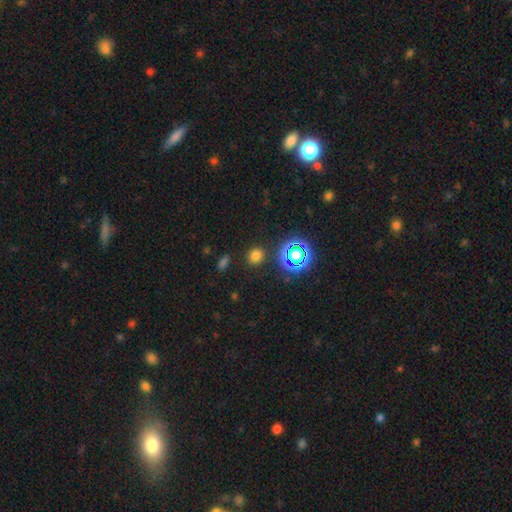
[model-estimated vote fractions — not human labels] Smooth or featured: smooth — 70% (star or artifact — 24%)
How rounded: round — 81% (in between — 18%)
Merging: none — 87% (minor disturbance — 7%)